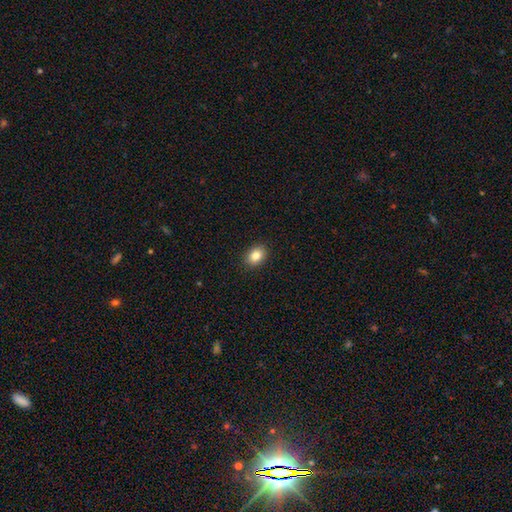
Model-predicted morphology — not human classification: Smooth or featured?
  - smooth: 84% *
  - star or artifact: 9%
  - featured or disk: 7%
How rounded?
  - in between: 70% *
  - round: 29%
  - cigar-shaped: 1%
Merging?
  - none: 90% *
  - minor disturbance: 7%
  - major disturbance: 2%
  - merger: 1%